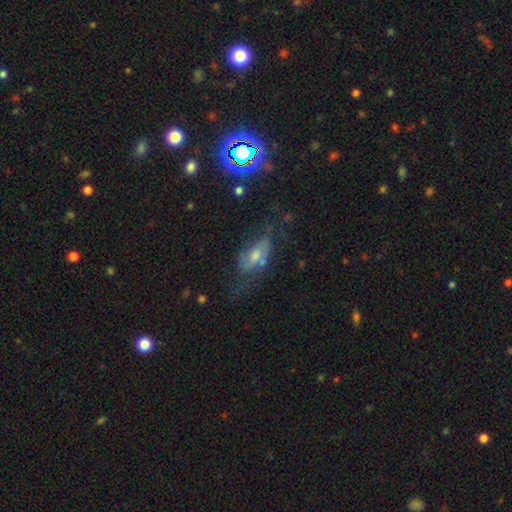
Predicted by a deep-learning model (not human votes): The model was most divided on "smooth or featured": featured or disk: 48%, smooth: 34%, star or artifact: 18%. Remaining: merging — none (44%).